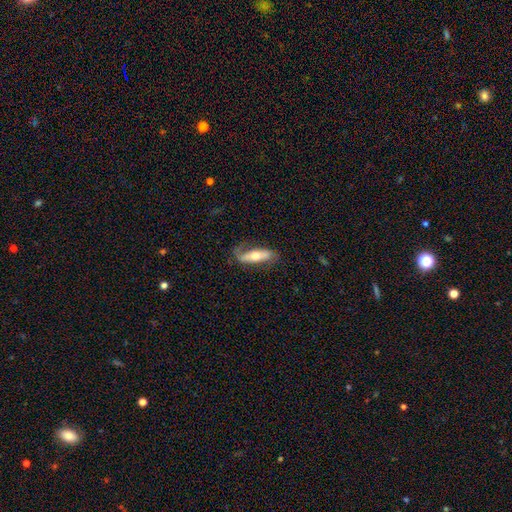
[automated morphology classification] Overall: featured or disk (52%; smooth 42%). Edge-on disk: no (60%; yes 40%). Merging: none (64%).